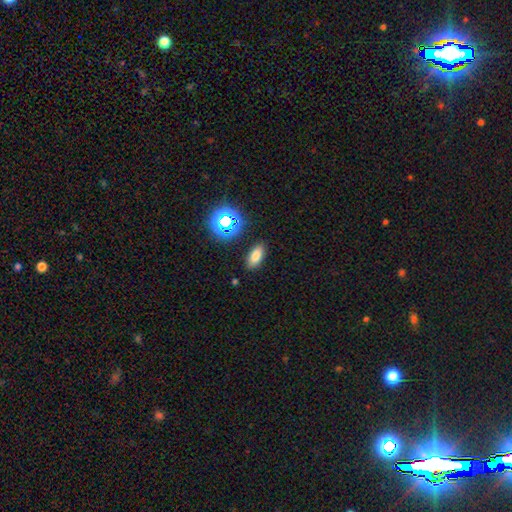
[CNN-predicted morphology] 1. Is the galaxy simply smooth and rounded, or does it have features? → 75% smooth, 17% star or artifact, 8% featured or disk.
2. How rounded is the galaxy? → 84% in between, 10% cigar-shaped, 6% round.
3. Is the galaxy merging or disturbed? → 87% none, 9% minor disturbance, 3% major disturbance, 2% merger.